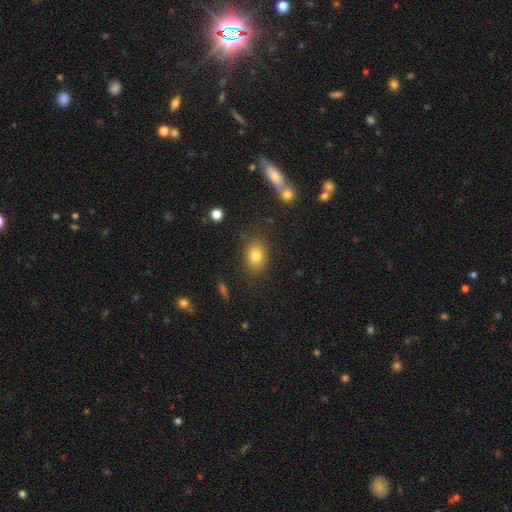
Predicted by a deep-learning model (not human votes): A smooth galaxy with no disk features (79%) that is in between round and cigar-shaped (63%). Merging: none (81%).